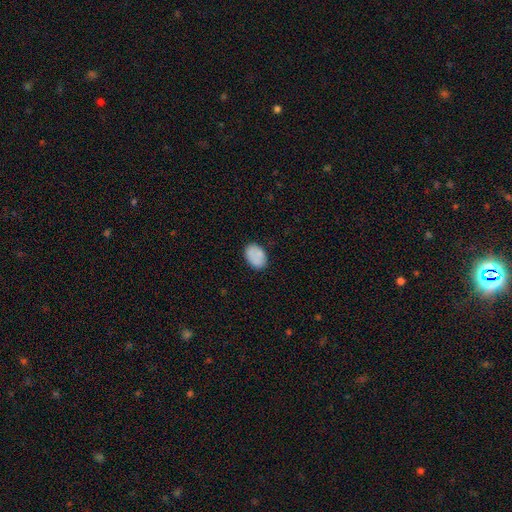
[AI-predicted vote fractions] Morphology: type=smooth (85%); roundness=in between (85%); merging=none (82%).